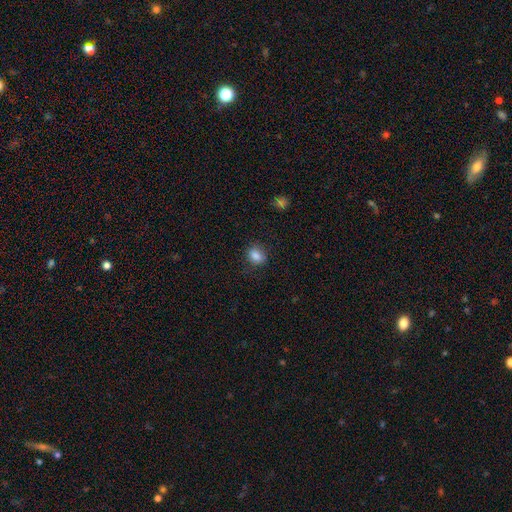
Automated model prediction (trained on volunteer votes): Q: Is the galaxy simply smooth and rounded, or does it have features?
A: smooth — 84%.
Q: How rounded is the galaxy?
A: in between — 55%.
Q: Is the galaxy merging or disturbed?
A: none — 81%.